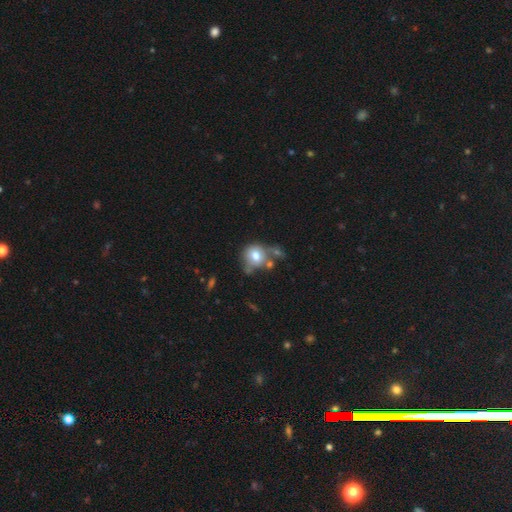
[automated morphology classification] type=smooth (72%); roundness=round (74%); merging=none (39%).